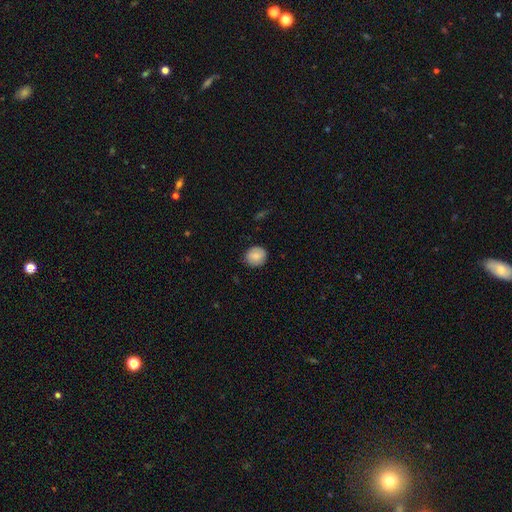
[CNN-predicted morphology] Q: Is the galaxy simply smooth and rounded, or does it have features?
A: smooth — 83%.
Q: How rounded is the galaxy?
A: round — 86%.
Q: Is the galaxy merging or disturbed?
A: none — 86%.